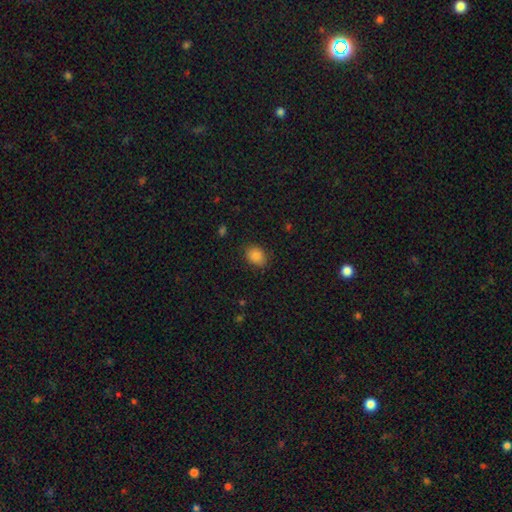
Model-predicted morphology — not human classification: smooth-or-featured: smooth: 87% | star or artifact: 9% | featured or disk: 4%
  how-rounded: in between: 65% | round: 34% | cigar-shaped: 1%
  merging: none: 84% | minor disturbance: 12% | major disturbance: 3% | merger: 1%